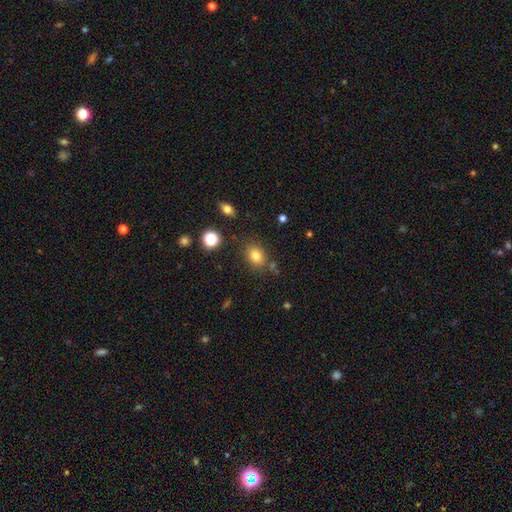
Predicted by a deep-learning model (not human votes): This appears to be a smooth galaxy with no disk features (79%) that is in between round and cigar-shaped (58%). Merging: none (77%).